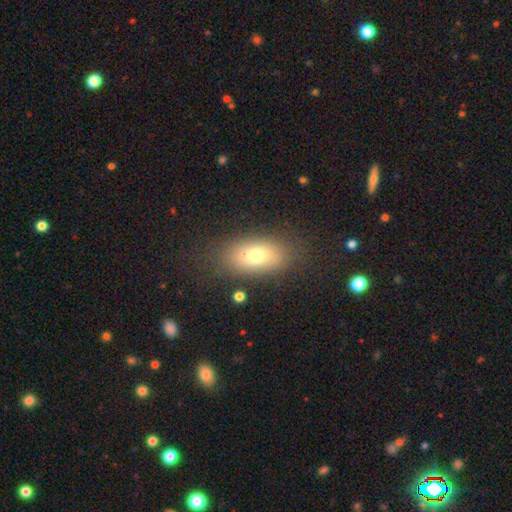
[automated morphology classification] Overall: smooth (73%). How rounded: in between (87%). Merging: none (82%).